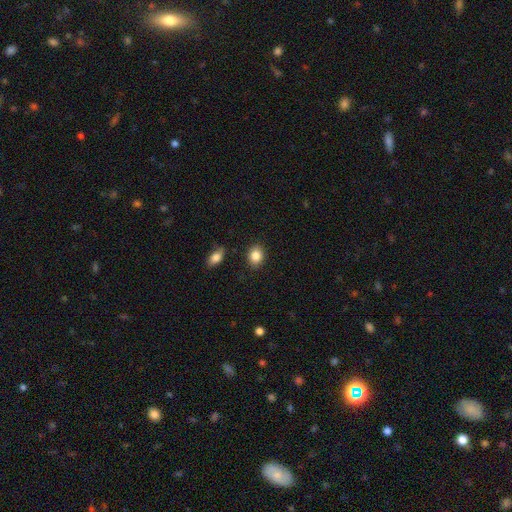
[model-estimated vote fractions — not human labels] A smooth galaxy with no disk features (86%) that is in between round and cigar-shaped (52%).

Vote fractions:
- Smooth or featured? smooth: 86% / star or artifact: 9% / featured or disk: 6%
- How rounded? in between: 52% / round: 47% / cigar-shaped: 1%
- Merging? none: 87% / minor disturbance: 8% / major disturbance: 2% / merger: 2%